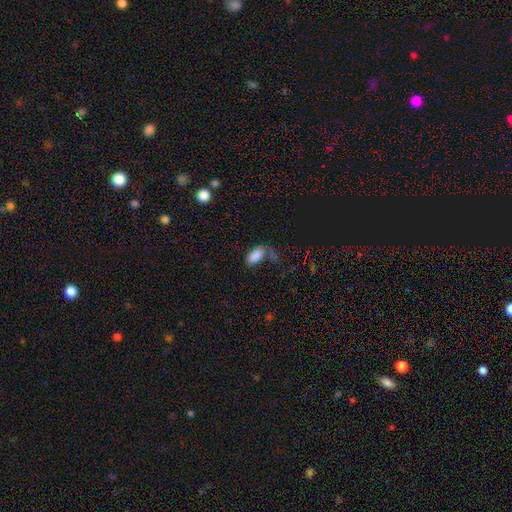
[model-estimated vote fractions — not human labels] Smooth or featured?
  - smooth: 82% *
  - star or artifact: 10%
  - featured or disk: 8%
How rounded?
  - in between: 92% *
  - cigar-shaped: 4%
  - round: 3%
Merging?
  - none: 46% *
  - minor disturbance: 25%
  - major disturbance: 20%
  - merger: 9%